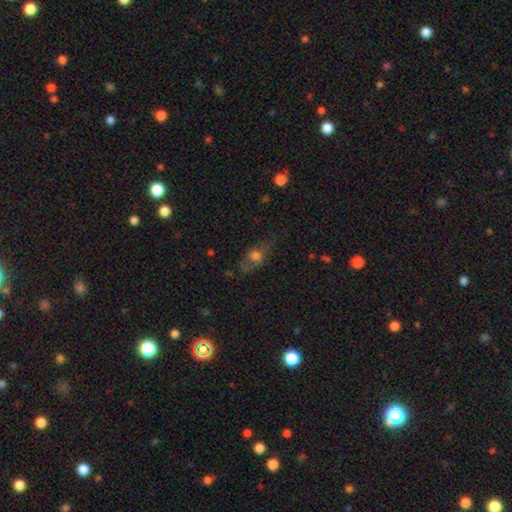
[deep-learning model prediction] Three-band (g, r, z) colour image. It shows a smooth galaxy with no disk features (57%) that is in between round and cigar-shaped (59%). Merging: none (55%).